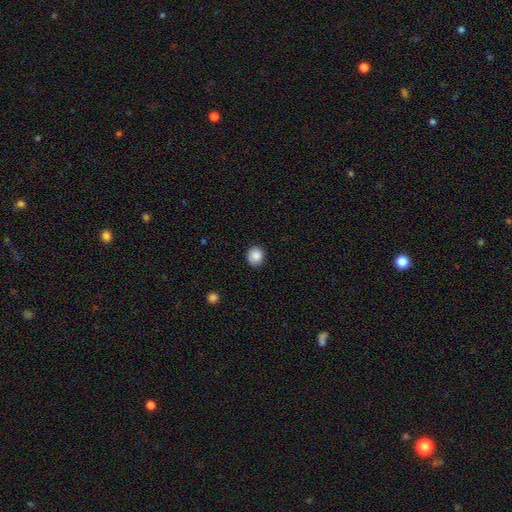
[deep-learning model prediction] This is clearly a smooth galaxy (88%). How rounded: likely round (75%). Merging: clearly none (87%).